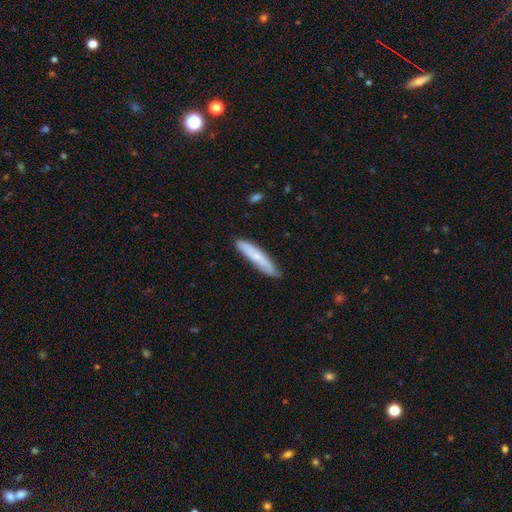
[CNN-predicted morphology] Smooth or featured? Predicted: smooth (p=0.68). How rounded? Predicted: cigar-shaped (p=0.88). Merging? Predicted: none (p=0.84).